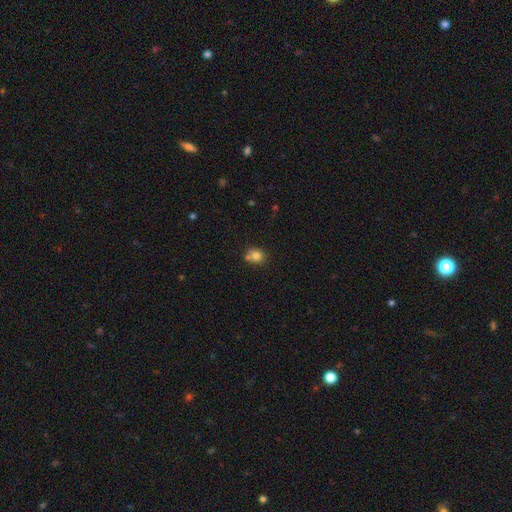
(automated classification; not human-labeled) Morphology: type=smooth (78%); roundness=round (65%); merging=none (54%).